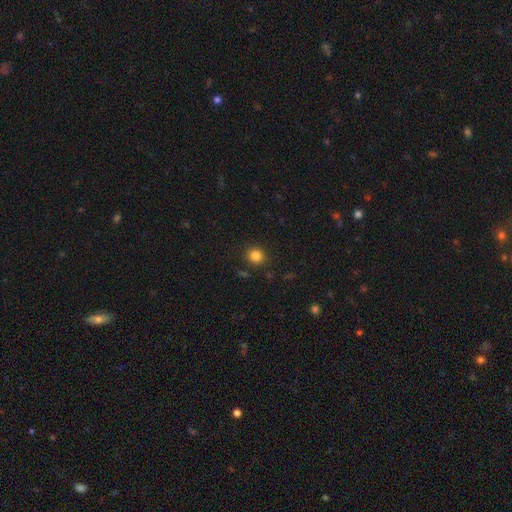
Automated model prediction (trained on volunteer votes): This is clearly a smooth galaxy (83%). How rounded: clearly round (85%). Merging: clearly none (89%).